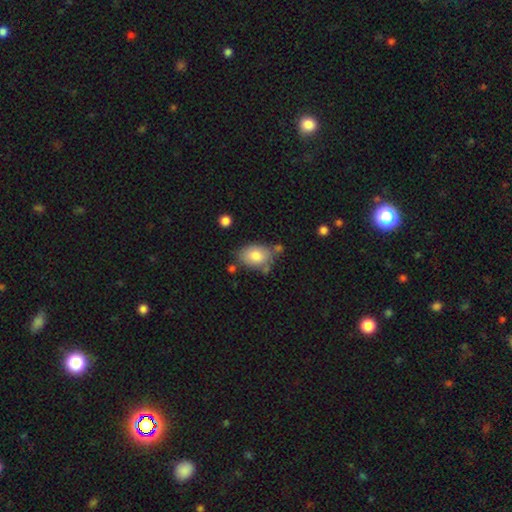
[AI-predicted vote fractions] smooth-or-featured: smooth: 80% | featured or disk: 12% | star or artifact: 7%
  how-rounded: in between: 82% | round: 17% | cigar-shaped: 1%
  merging: none: 65% | minor disturbance: 21% | merger: 9% | major disturbance: 5%